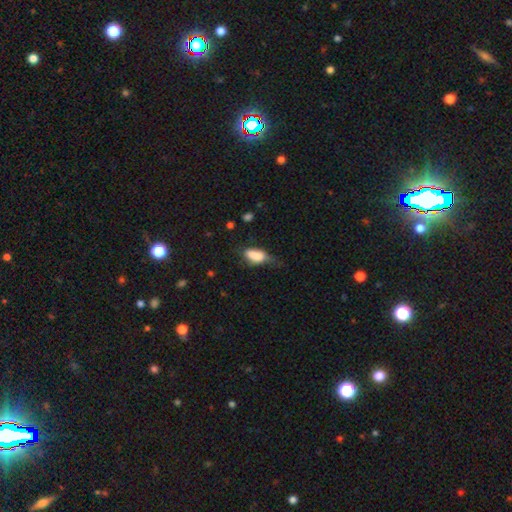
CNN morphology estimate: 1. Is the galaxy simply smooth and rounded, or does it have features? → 77% smooth, 15% featured or disk, 9% star or artifact.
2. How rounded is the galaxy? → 85% in between, 11% cigar-shaped, 5% round.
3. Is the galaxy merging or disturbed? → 38% minor disturbance, 28% major disturbance, 28% none, 6% merger.